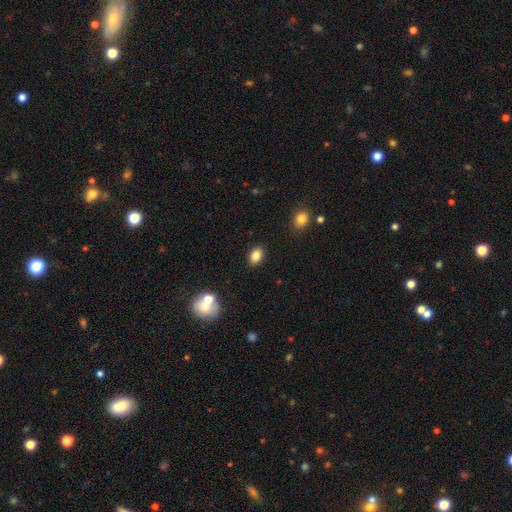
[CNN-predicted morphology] Smooth or featured?
  - smooth: 84% *
  - star or artifact: 10%
  - featured or disk: 6%
How rounded?
  - in between: 81% *
  - round: 17%
  - cigar-shaped: 1%
Merging?
  - none: 87% *
  - minor disturbance: 8%
  - major disturbance: 2%
  - merger: 2%